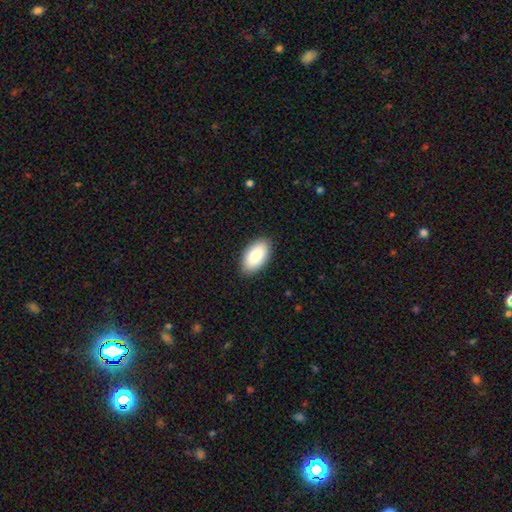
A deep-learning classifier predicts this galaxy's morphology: Smooth or featured? smooth (85%)
How rounded? in between (95%)
Merging? none (89%)